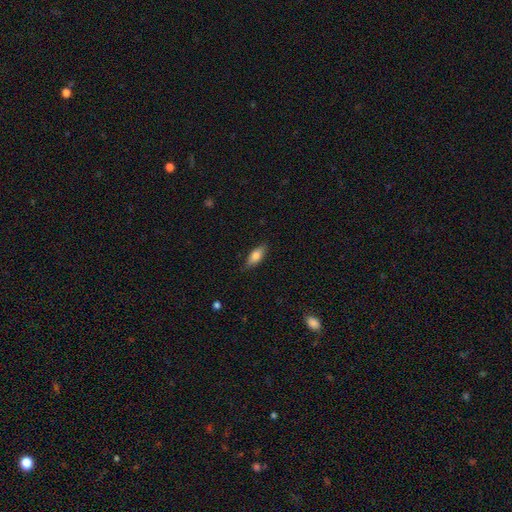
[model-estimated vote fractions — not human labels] Smooth or featured? smooth (78%)
How rounded? in between (79%)
Merging? none (84%)